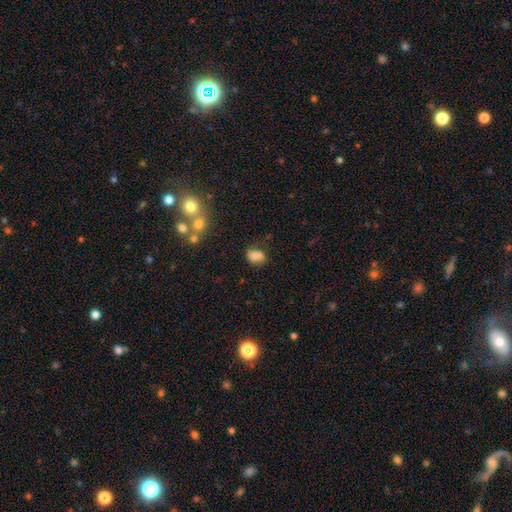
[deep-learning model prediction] smooth-or-featured: smooth: 74% | featured or disk: 14% | star or artifact: 12%
  how-rounded: in between: 60% | round: 39% | cigar-shaped: 1%
  merging: none: 55% | minor disturbance: 21% | merger: 17% | major disturbance: 7%